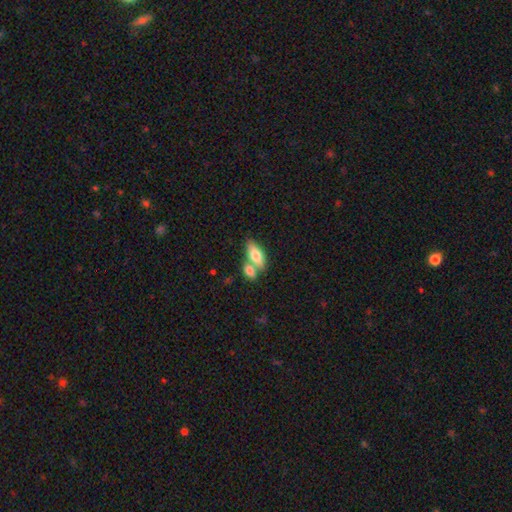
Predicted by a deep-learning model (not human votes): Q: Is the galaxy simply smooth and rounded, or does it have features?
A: smooth — 76%.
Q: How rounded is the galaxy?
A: in between — 86%.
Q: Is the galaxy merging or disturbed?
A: merger — 50%.